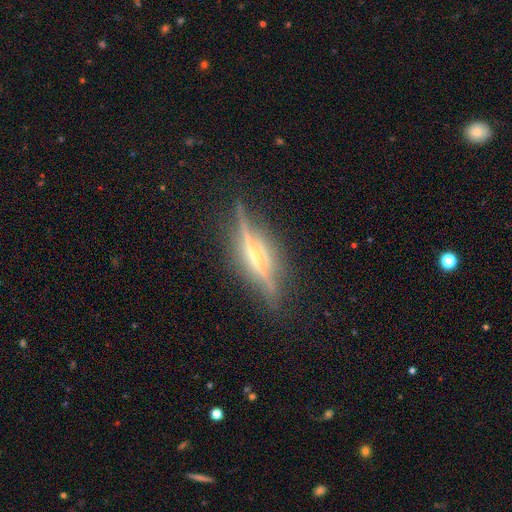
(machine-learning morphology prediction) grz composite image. It shows a featured or disk galaxy (82%) viewed edge-on (95%) with a rounded central bulge (58%). Merging: none (82%).